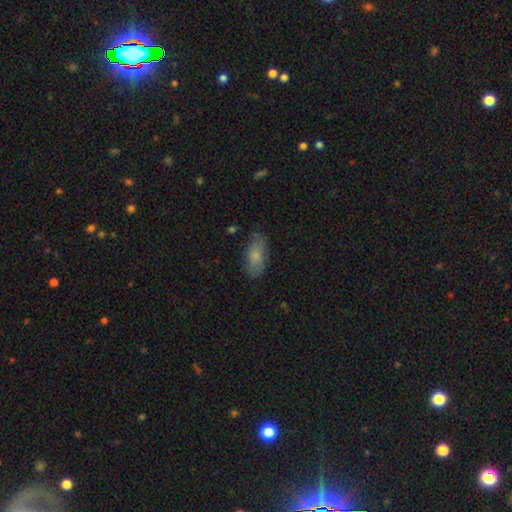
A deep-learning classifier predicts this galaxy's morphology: Smooth or featured: smooth — 79% (featured or disk — 14%)
How rounded: in between — 88% (cigar-shaped — 9%)
Merging: none — 77% (minor disturbance — 18%)